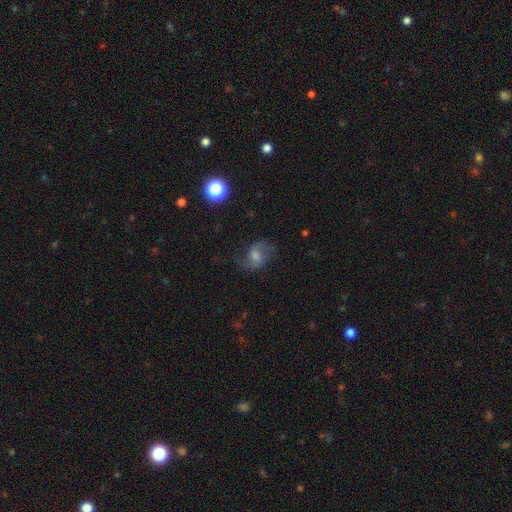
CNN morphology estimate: Overall: featured or disk (56%; smooth 33%). Edge-on disk: no (97%). Bar: weak (48%; no 38%). Spiral arms: yes (88%). Bulge size: moderate (44%; small 25%). Merging: none (62%).